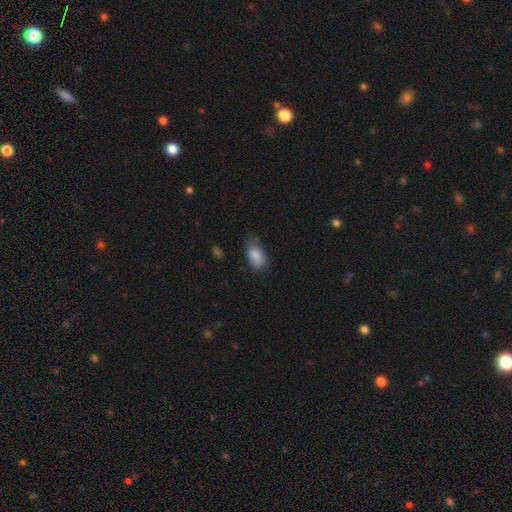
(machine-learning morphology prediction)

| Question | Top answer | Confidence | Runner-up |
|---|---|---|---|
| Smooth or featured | smooth | 84% | featured or disk (9%) |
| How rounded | in between | 92% | round (5%) |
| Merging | none | 57% | minor disturbance (33%) |